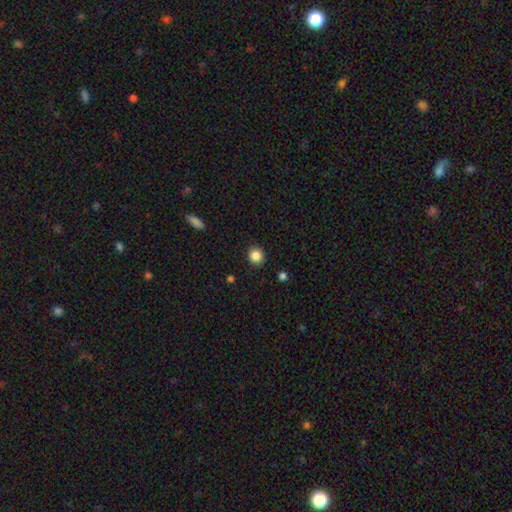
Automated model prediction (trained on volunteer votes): smooth 86%, star or artifact 10%, featured or disk 4%. Down the decision tree: how rounded — round (85%); merging — none (90%).